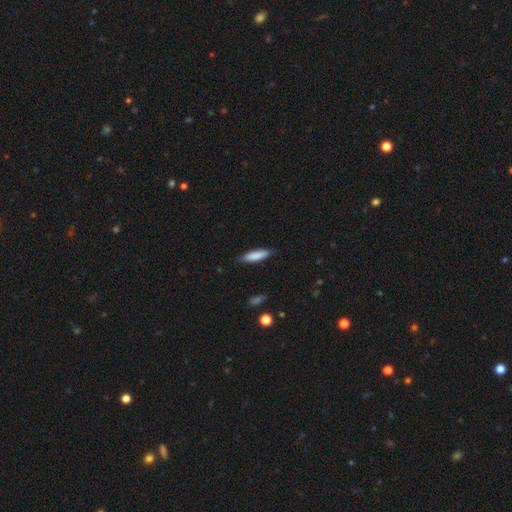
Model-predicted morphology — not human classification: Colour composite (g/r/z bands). It shows a smooth galaxy with no disk features (83%) that is cigar-shaped (68%). Merging: none (83%).